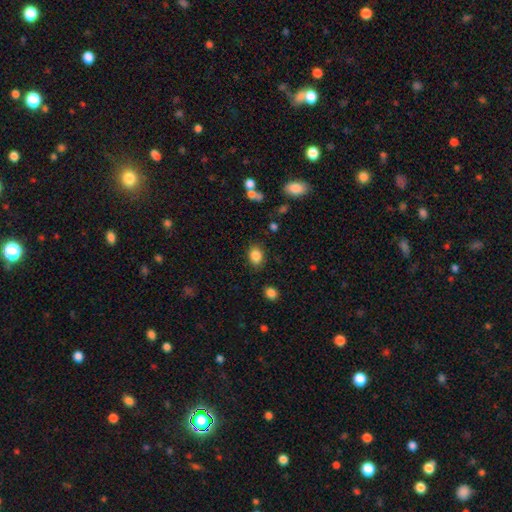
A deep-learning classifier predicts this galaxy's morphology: Smooth or featured?
  - smooth: 85% *
  - star or artifact: 10%
  - featured or disk: 5%
How rounded?
  - in between: 66% *
  - round: 32%
  - cigar-shaped: 1%
Merging?
  - none: 82% *
  - minor disturbance: 12%
  - major disturbance: 4%
  - merger: 2%